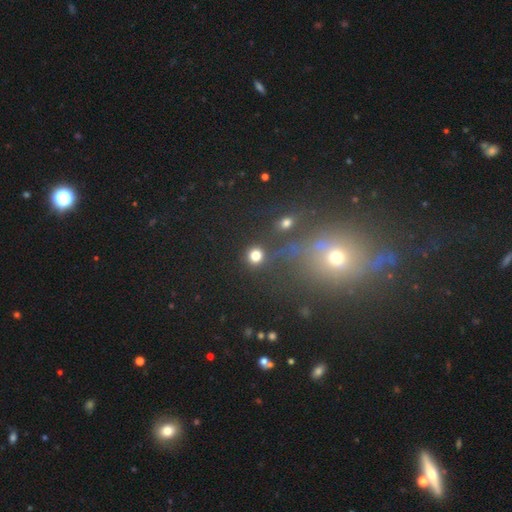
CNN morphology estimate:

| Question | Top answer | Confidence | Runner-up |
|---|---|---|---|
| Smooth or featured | smooth | 79% | star or artifact (16%) |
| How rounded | round | 92% | in between (7%) |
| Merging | none | 84% | minor disturbance (7%) |